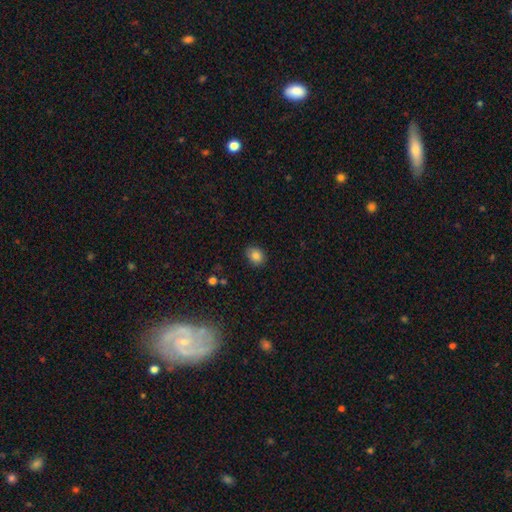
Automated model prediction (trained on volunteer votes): Smooth or featured: smooth — 85% (star or artifact — 10%)
How rounded: round — 51% (in between — 48%)
Merging: none — 85% (minor disturbance — 11%)